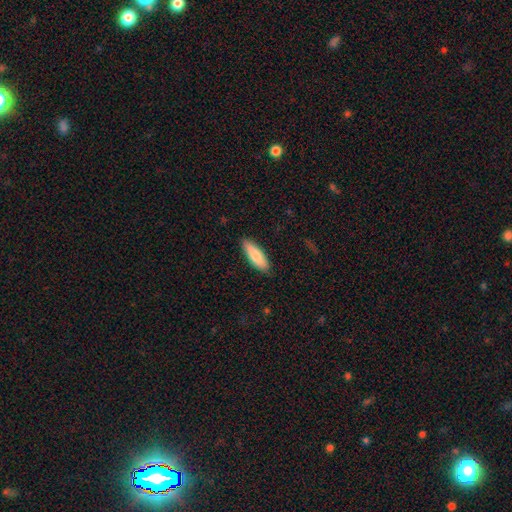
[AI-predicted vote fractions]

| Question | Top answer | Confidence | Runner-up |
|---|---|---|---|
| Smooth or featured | smooth | 82% | featured or disk (13%) |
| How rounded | in between | 56% | cigar-shaped (42%) |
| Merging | none | 87% | minor disturbance (10%) |